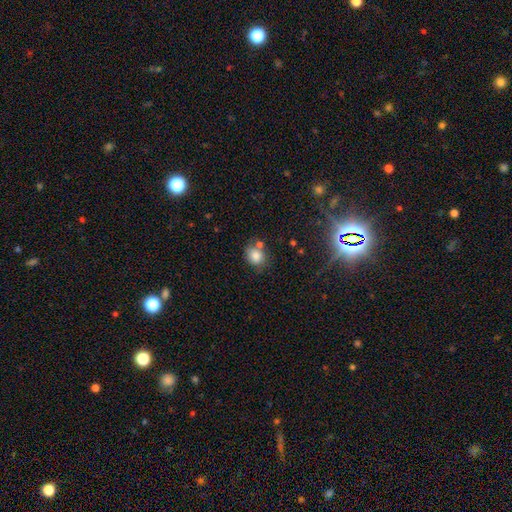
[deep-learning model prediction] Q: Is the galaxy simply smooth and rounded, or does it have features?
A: smooth — 80%.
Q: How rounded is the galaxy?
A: round — 66%.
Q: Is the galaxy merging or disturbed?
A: none — 60%.